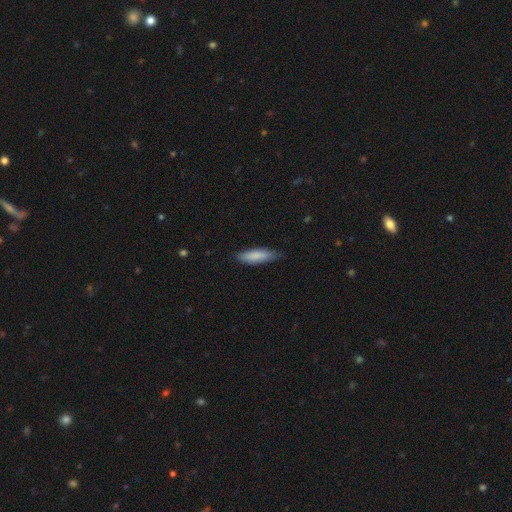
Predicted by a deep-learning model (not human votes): The model was most divided on "how rounded": cigar-shaped: 60%, in between: 39%, round: 2%. More confident: smooth or featured — smooth (83%); merging — none (76%).